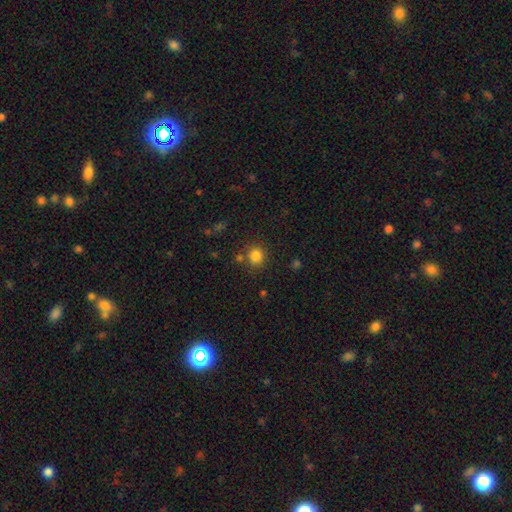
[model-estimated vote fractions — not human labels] This appears to be a smooth galaxy with no disk features (83%) that is round (87%). Merging: none (77%).